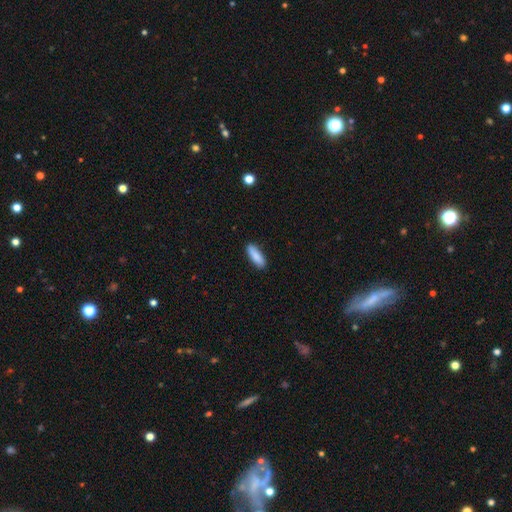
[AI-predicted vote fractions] This appears to be a smooth galaxy with no disk features (88%) that is in between round and cigar-shaped (57%). Merging: none (88%).